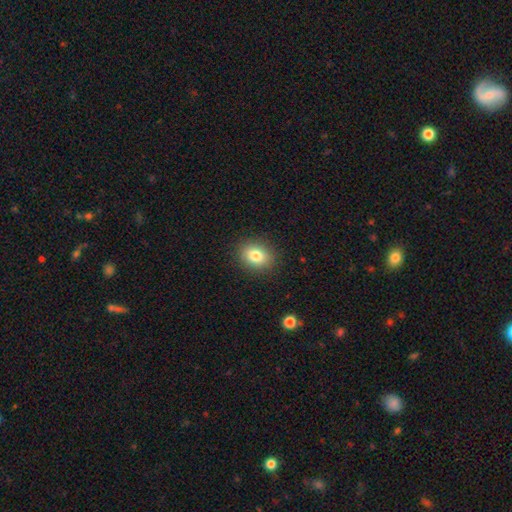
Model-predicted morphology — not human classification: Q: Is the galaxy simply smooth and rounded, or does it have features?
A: smooth — 81%.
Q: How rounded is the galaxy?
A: in between — 51%.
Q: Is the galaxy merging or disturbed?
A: none — 89%.